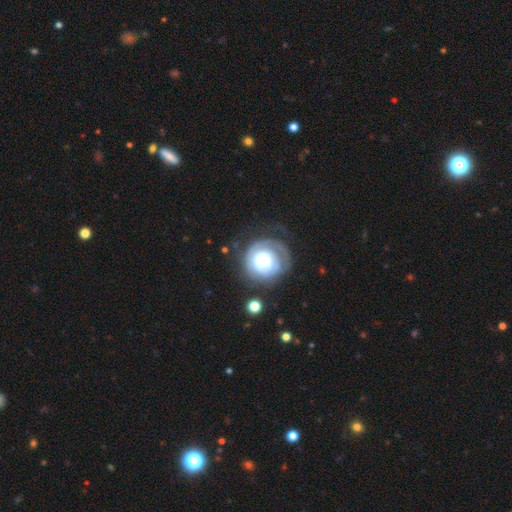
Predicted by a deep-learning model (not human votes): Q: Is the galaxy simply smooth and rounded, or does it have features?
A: featured or disk — 54%.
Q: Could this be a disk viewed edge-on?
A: no — 97%.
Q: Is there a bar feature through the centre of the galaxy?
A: no — 79%.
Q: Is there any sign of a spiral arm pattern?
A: yes — 70%.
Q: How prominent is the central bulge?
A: large — 41%.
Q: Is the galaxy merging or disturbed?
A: none — 64%.